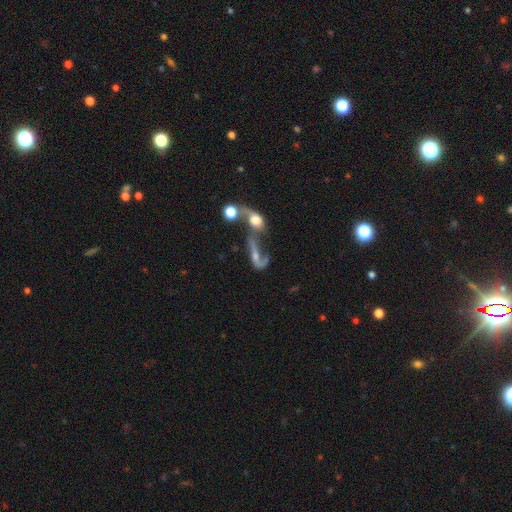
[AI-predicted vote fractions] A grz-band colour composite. It shows a featured or disk galaxy (59%) with no bar (63%), spiral arms (64%) and a small central bulge (35%, tied with moderate). Merging: merger (63%).